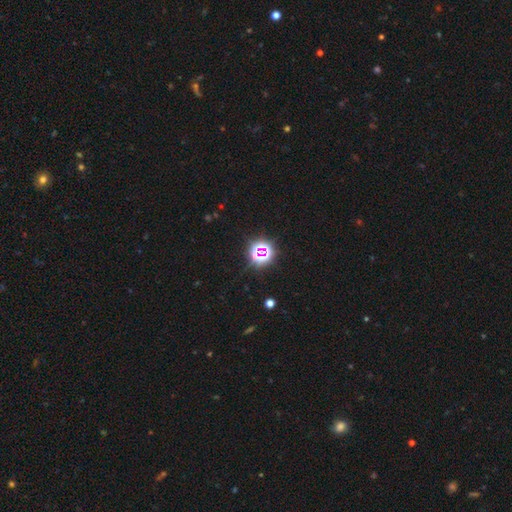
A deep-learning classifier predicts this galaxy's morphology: Smooth or featured?
  - star or artifact: 72% *
  - smooth: 19%
  - featured or disk: 9%